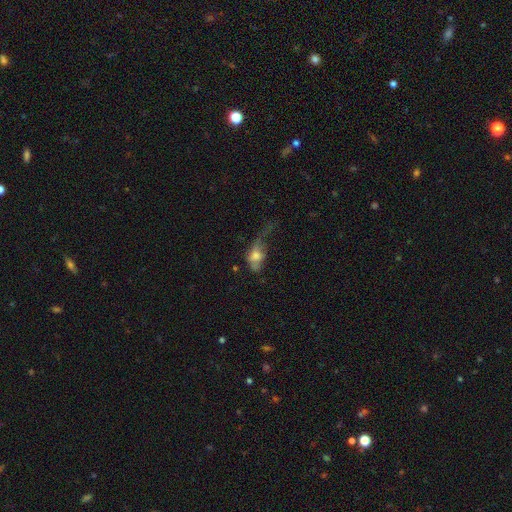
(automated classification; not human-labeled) The model was most divided on "smooth or featured": smooth: 55%, featured or disk: 35%, star or artifact: 10%. More confident: how rounded — in between (79%); merging — major disturbance (58%).